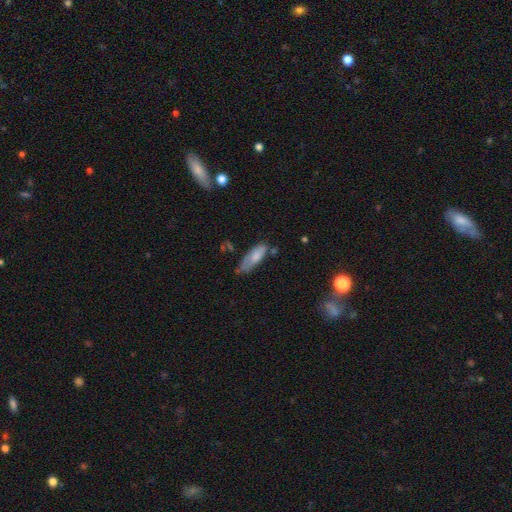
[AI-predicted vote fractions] Smooth or featured? smooth (74%)
How rounded? in between (59%)
Merging? none (48%)